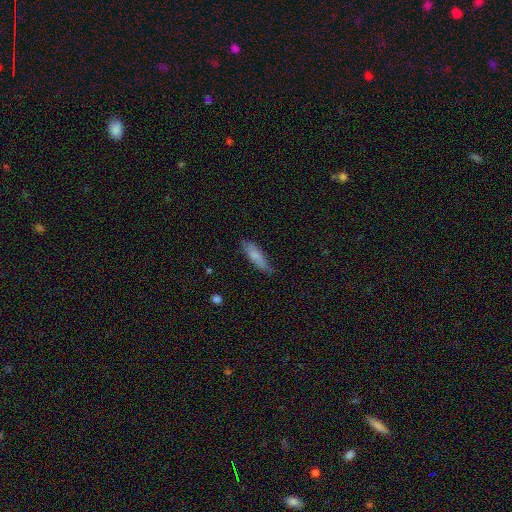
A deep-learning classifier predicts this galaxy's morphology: Smooth or featured? Predicted: smooth (p=0.79). How rounded? Predicted: cigar-shaped (p=0.60). Merging? Predicted: none (p=0.68).